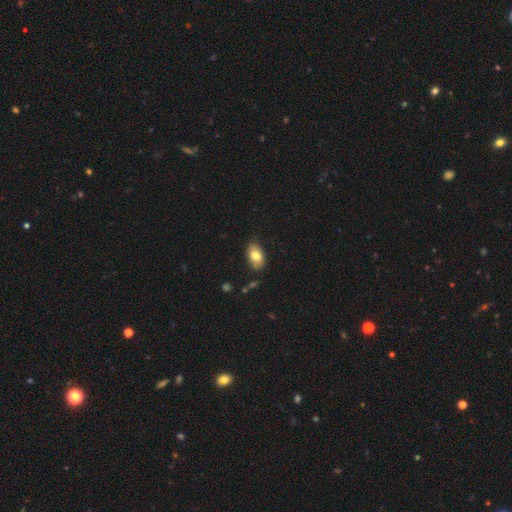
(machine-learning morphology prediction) Smooth or featured: smooth — 77% (featured or disk — 16%)
How rounded: in between — 91% (round — 7%)
Merging: none — 80% (minor disturbance — 16%)